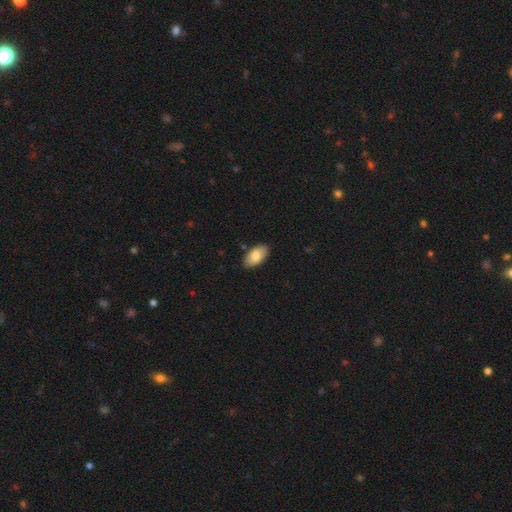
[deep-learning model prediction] smooth_or_featured: smooth (p=0.82) [alt: featured or disk p=0.12]
how_rounded: in between (p=0.95) [alt: cigar-shaped p=0.02]
merging: none (p=0.87) [alt: minor disturbance p=0.10]